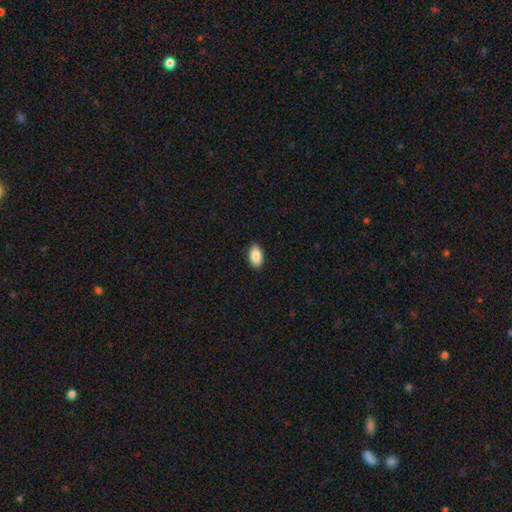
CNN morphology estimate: smooth_or_featured: smooth (p=0.89) [alt: star or artifact p=0.07]
how_rounded: in between (p=0.94) [alt: round p=0.04]
merging: none (p=0.89) [alt: minor disturbance p=0.08]